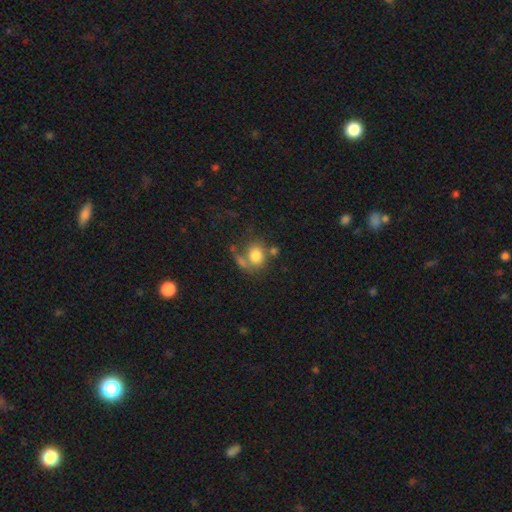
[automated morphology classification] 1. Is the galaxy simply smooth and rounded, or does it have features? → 76% smooth, 14% featured or disk, 10% star or artifact.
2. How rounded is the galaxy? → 65% round, 33% in between, 1% cigar-shaped.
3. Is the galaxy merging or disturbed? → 45% none, 26% merger, 16% minor disturbance, 14% major disturbance.